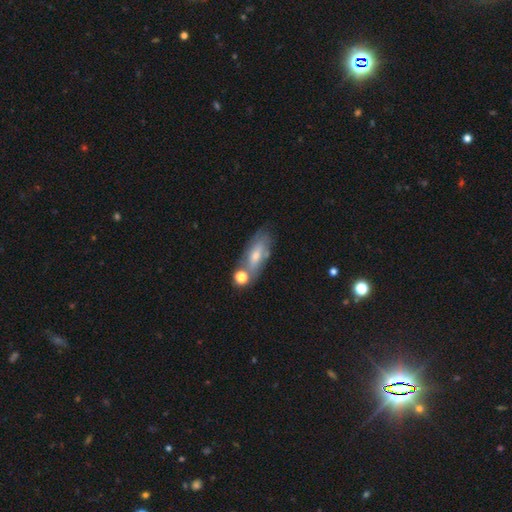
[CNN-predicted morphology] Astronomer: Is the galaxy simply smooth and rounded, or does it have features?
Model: smooth — 53% (runner-up: featured or disk, 38%).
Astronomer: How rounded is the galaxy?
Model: in between — 71%.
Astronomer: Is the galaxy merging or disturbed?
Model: none — 55%.